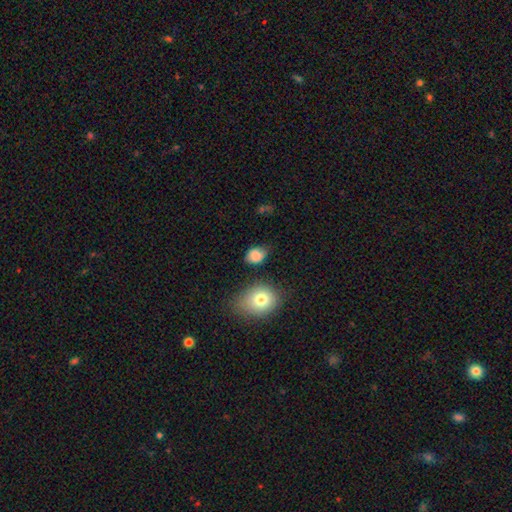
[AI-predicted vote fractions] Smooth or featured? Predicted: smooth (p=0.81). How rounded? Predicted: in between (p=0.73). Merging? Predicted: none (p=0.62).